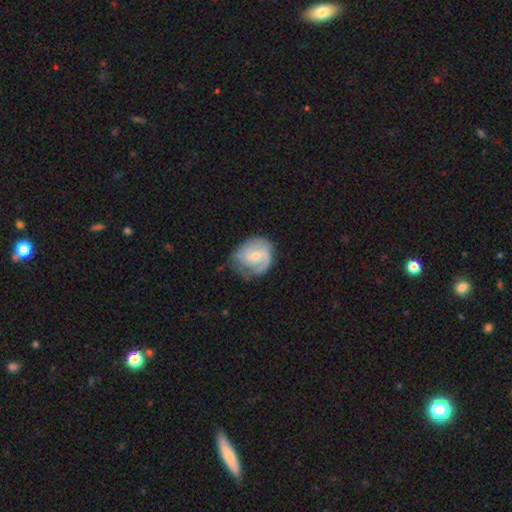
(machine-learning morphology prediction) Smooth or featured?
  - featured or disk: 75% *
  - smooth: 20%
  - star or artifact: 5%
Edge-on disk?
  - no: 98% *
  - yes: 2%
Bar?
  - no: 46% *
  - weak: 45%
  - strong: 9%
Spiral arms?
  - yes: 93% *
  - no: 7%
Spiral winding?
  - medium: 44% *
  - tight: 37%
  - loose: 19%
Spiral arm count?
  - 2: 58% *
  - can't tell: 16%
  - 1: 11%
  - 3: 10%
  - 4: 2%
  - more than 4: 2%
Bulge size?
  - small: 55% *
  - moderate: 41%
  - none: 2%
  - large: 2%
  - dominant: 1%
Merging?
  - none: 59% *
  - minor disturbance: 27%
  - major disturbance: 12%
  - merger: 2%